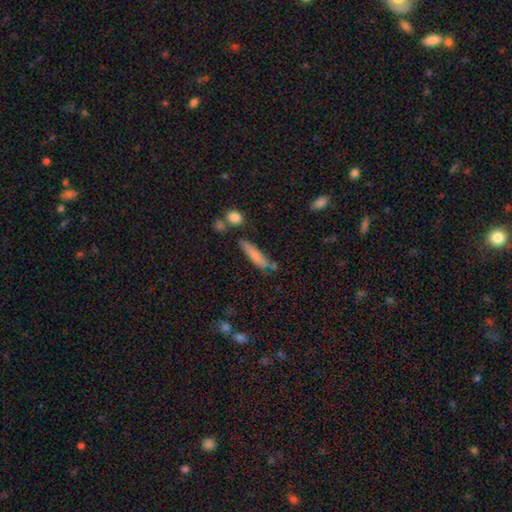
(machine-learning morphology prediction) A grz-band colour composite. It shows a smooth galaxy with no disk features (76%) that is cigar-shaped (79%). Merging: none (69%).